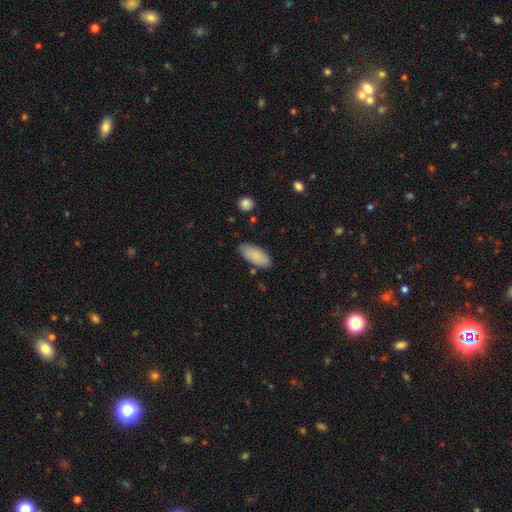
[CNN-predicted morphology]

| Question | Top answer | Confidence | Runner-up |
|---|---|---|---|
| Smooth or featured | smooth | 86% | featured or disk (8%) |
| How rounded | in between | 89% | cigar-shaped (9%) |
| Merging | none | 81% | minor disturbance (14%) |